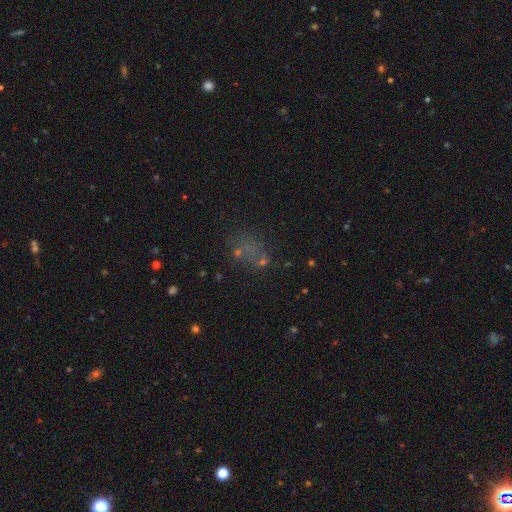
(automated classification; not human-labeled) This is marginally a smooth galaxy (42%). Merging: possibly none (53%).